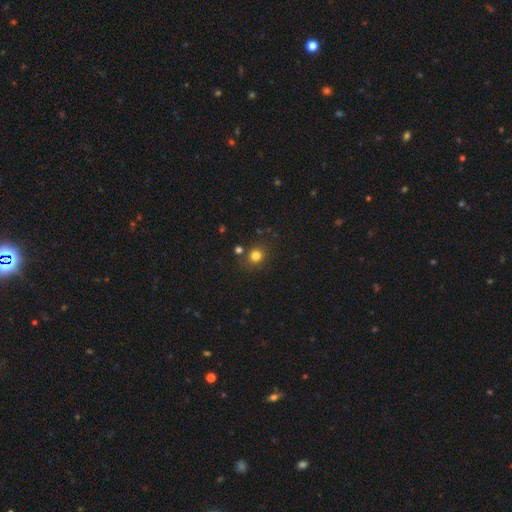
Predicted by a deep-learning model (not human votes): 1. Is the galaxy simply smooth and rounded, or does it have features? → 79% smooth, 15% star or artifact, 6% featured or disk.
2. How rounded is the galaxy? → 81% round, 18% in between, 1% cigar-shaped.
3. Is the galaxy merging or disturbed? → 80% none, 9% minor disturbance, 7% merger, 3% major disturbance.